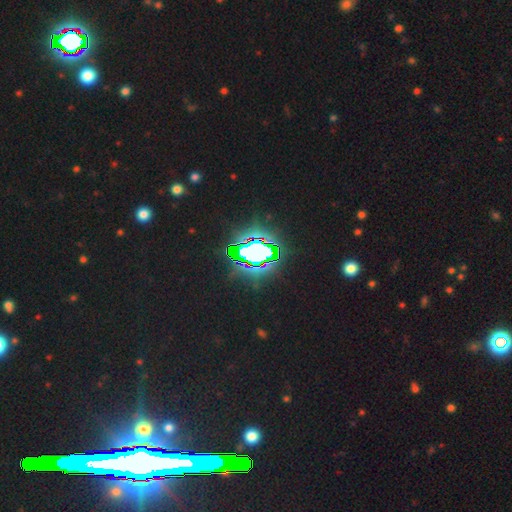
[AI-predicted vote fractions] Smooth or featured? star or artifact (74%)